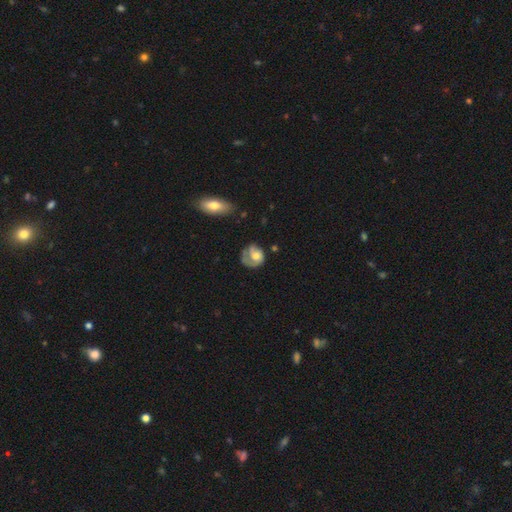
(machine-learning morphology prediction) Smooth or featured? Predicted: featured or disk (p=0.51). Edge-on disk? Predicted: no (p=0.97). Merging? Predicted: none (p=0.43).